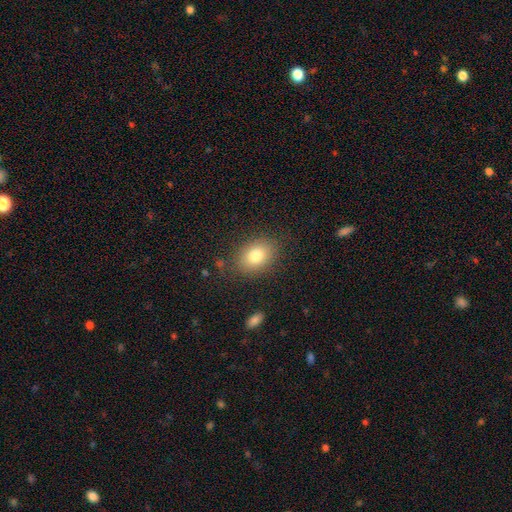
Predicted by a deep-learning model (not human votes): smooth_or_featured: smooth (p=0.80) [alt: featured or disk p=0.11]
how_rounded: in between (p=0.72) [alt: round p=0.27]
merging: none (p=0.83) [alt: minor disturbance p=0.12]